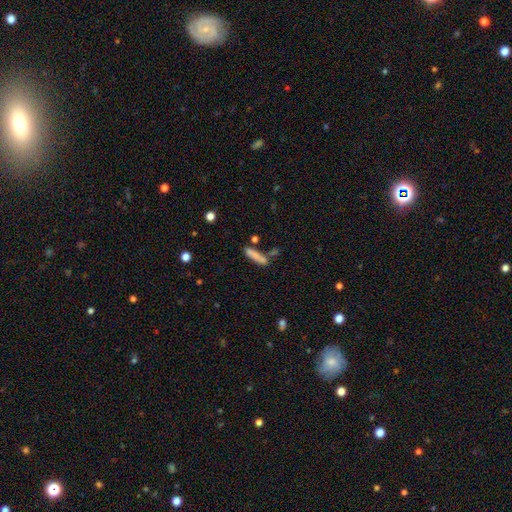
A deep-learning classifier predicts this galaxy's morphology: A smooth galaxy with no disk features (79%) that is cigar-shaped (85%).

Vote fractions:
- Smooth or featured? smooth: 79% / featured or disk: 13% / star or artifact: 8%
- How rounded? cigar-shaped: 85% / in between: 13% / round: 2%
- Merging? none: 66% / minor disturbance: 15% / merger: 14% / major disturbance: 5%